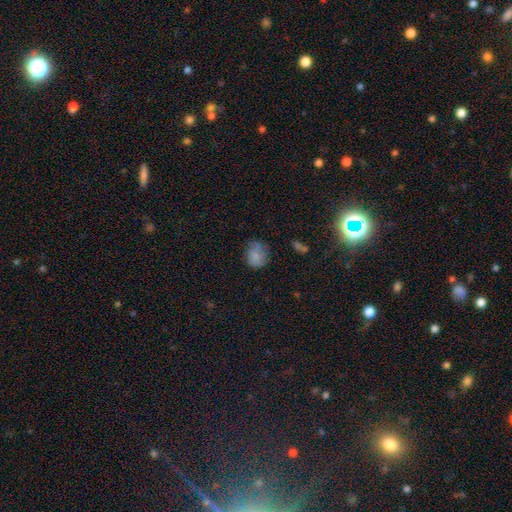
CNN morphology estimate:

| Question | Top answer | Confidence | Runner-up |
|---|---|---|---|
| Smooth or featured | smooth | 79% | featured or disk (12%) |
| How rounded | round | 59% | in between (40%) |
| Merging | none | 63% | minor disturbance (26%) |